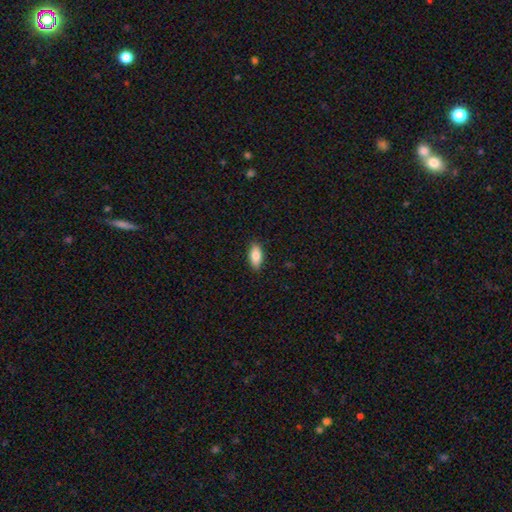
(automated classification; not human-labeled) Smooth or featured?
  - smooth: 82% *
  - featured or disk: 11%
  - star or artifact: 7%
How rounded?
  - in between: 88% *
  - cigar-shaped: 10%
  - round: 3%
Merging?
  - none: 88% *
  - minor disturbance: 9%
  - major disturbance: 2%
  - merger: 1%